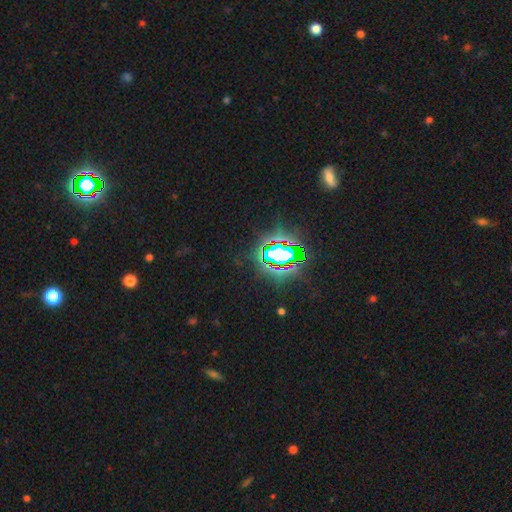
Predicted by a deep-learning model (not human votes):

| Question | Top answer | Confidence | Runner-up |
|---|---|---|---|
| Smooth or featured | star or artifact | 80% | smooth (11%) |